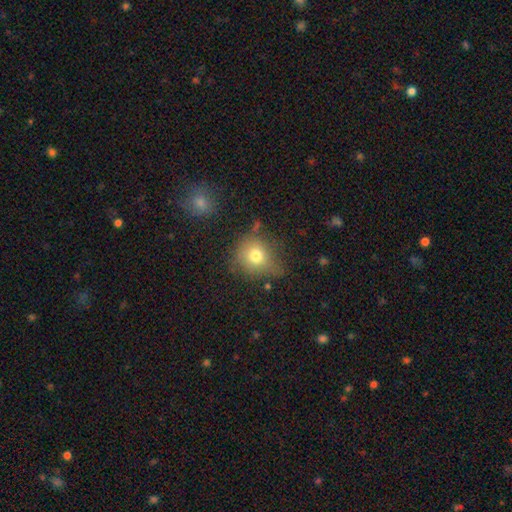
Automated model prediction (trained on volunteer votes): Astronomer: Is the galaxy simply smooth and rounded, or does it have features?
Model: smooth — 74%.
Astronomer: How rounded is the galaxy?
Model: round — 83%.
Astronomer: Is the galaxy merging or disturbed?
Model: none — 59%.